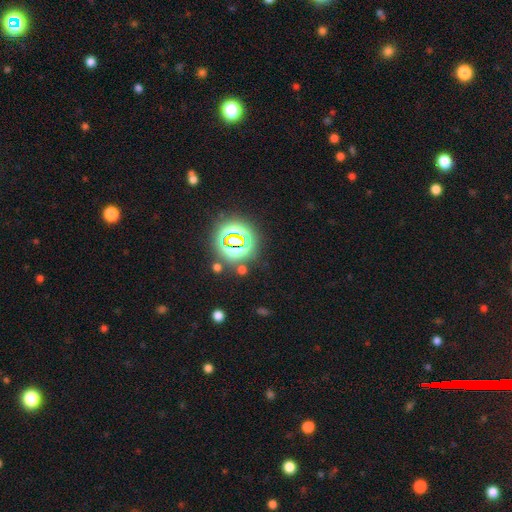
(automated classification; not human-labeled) Smooth or featured?
  - star or artifact: 75% *
  - smooth: 16%
  - featured or disk: 9%